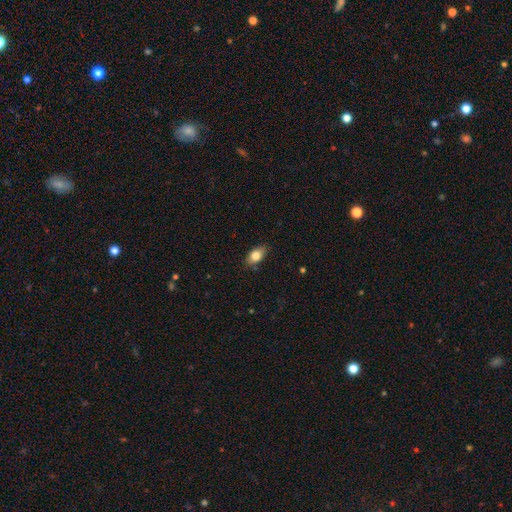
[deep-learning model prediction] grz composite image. It shows a smooth galaxy with no disk features (82%) that is in between round and cigar-shaped (86%). Merging: none (81%).